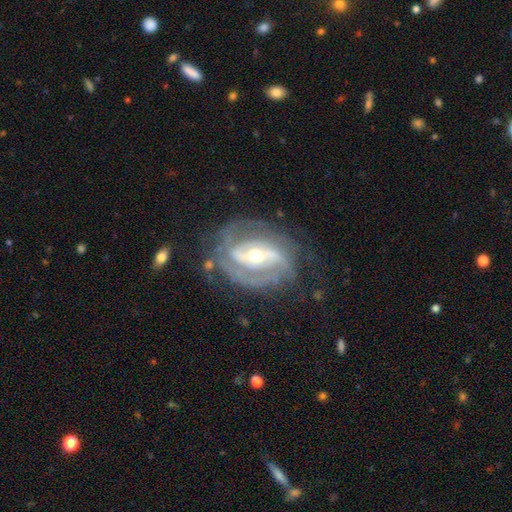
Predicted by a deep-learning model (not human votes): A featured or disk galaxy (88%) with a strong bar (46%), 2 (60%) tight (45%) spiral arms (92%) and a moderate central bulge (57%). Merging: none (65%).